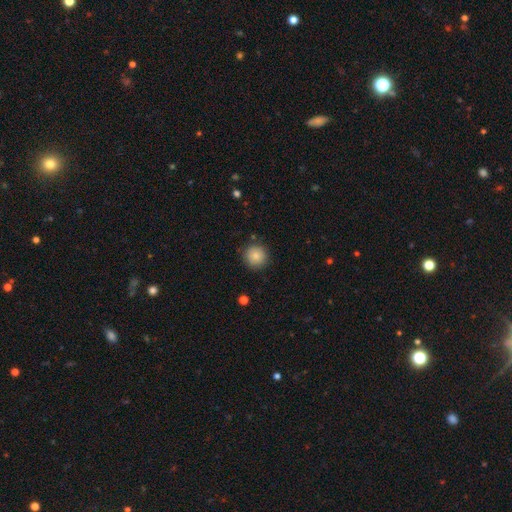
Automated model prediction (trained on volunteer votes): This is clearly a smooth galaxy (85%). How rounded: clearly round (94%). Merging: clearly none (88%).